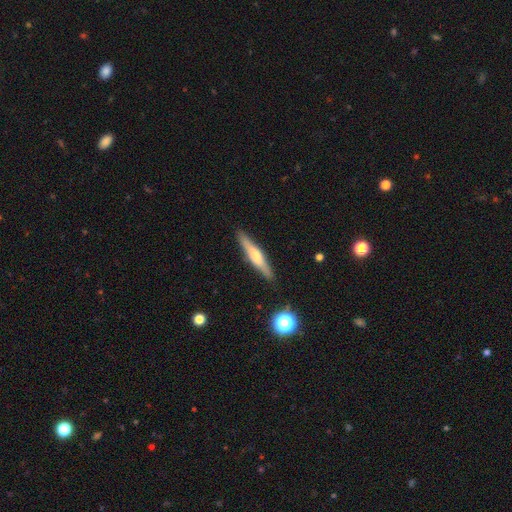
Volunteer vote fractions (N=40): A featured or disk galaxy (82%) viewed edge-on (100%) with a rounded central bulge (85%).

Vote fractions:
- Smooth or featured? featured or disk: 82% / smooth: 15% / star or artifact: 2%
- Edge-on disk? yes: 100% / no: 0%
- Edge-on bulge? rounded: 85% / boxy: 15% / none: 0%
- Merging? none: 82% / minor disturbance: 13% / major disturbance: 3% / merger: 3%